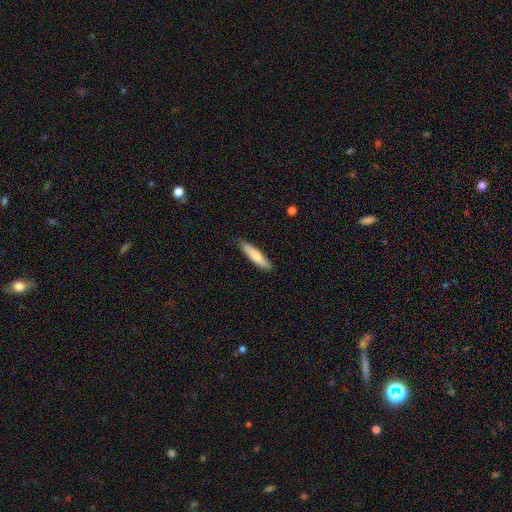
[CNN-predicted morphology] Smooth or featured? smooth (76%)
How rounded? cigar-shaped (84%)
Merging? none (89%)